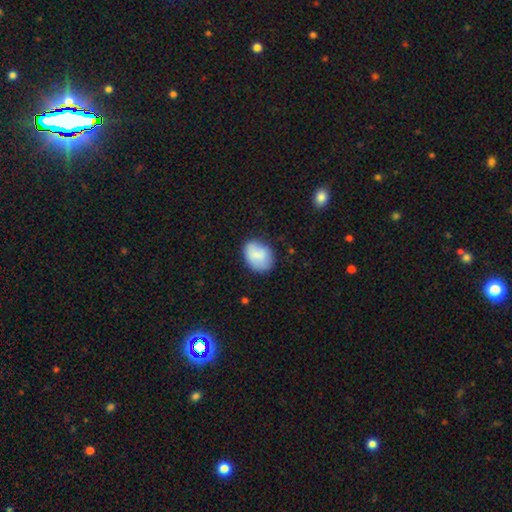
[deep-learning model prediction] smooth 82%, featured or disk 11%, star or artifact 7%. Down the decision tree: how rounded — in between (63%); merging — none (71%).